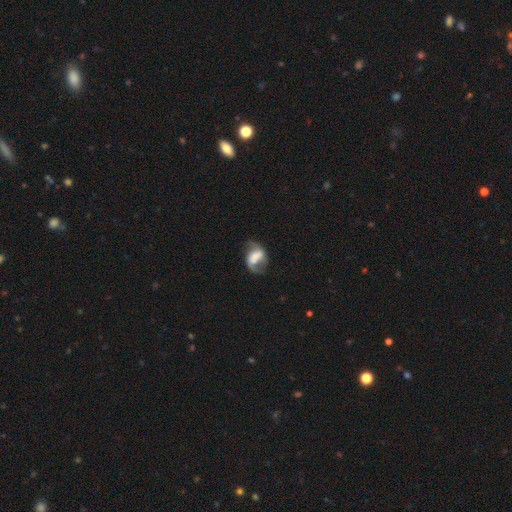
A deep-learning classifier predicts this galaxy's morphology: Smooth or featured? Predicted: featured or disk (p=0.63). Edge-on disk? Predicted: no (p=0.96). Bar? Predicted: strong (p=0.40). Spiral arms? Predicted: yes (p=0.78). Bulge size? Predicted: none (p=0.25). Merging? Predicted: none (p=0.52).